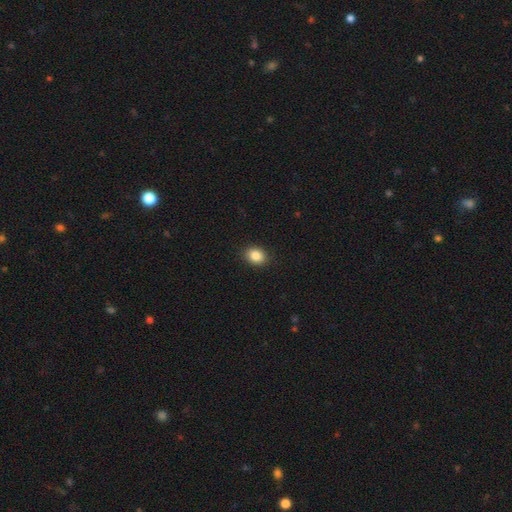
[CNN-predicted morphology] Smooth or featured: smooth — 87% (star or artifact — 9%)
How rounded: in between — 56% (round — 43%)
Merging: none — 90% (minor disturbance — 7%)